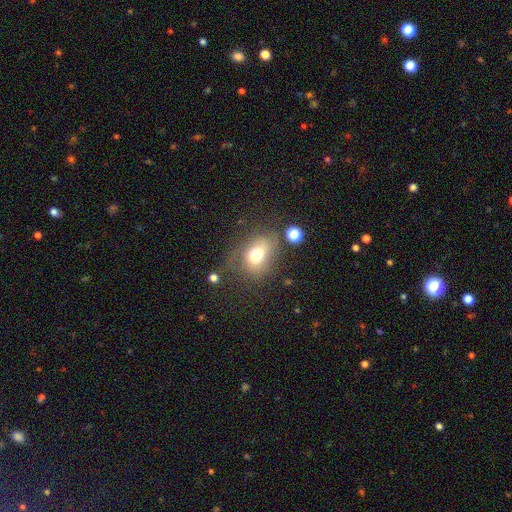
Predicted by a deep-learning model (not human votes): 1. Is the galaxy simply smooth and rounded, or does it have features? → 68% smooth, 20% featured or disk, 11% star or artifact.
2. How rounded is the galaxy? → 65% in between, 34% round, 1% cigar-shaped.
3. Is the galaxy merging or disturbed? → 53% none, 25% minor disturbance, 16% major disturbance, 7% merger.